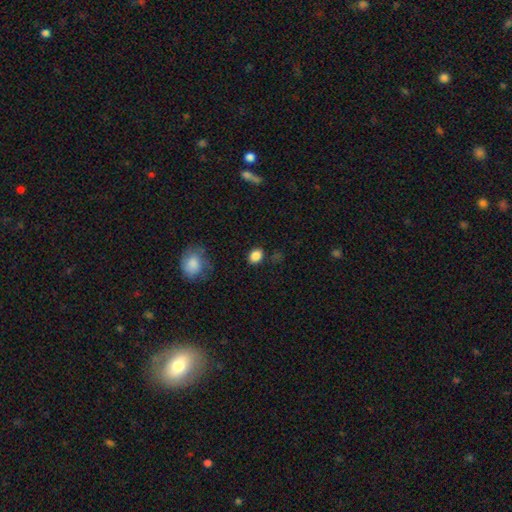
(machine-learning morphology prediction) A smooth galaxy with no disk features (86%) that is in between round and cigar-shaped (67%).

Vote fractions:
- Smooth or featured? smooth: 86% / star or artifact: 9% / featured or disk: 4%
- How rounded? in between: 67% / round: 32% / cigar-shaped: 1%
- Merging? none: 82% / minor disturbance: 12% / major disturbance: 3% / merger: 2%